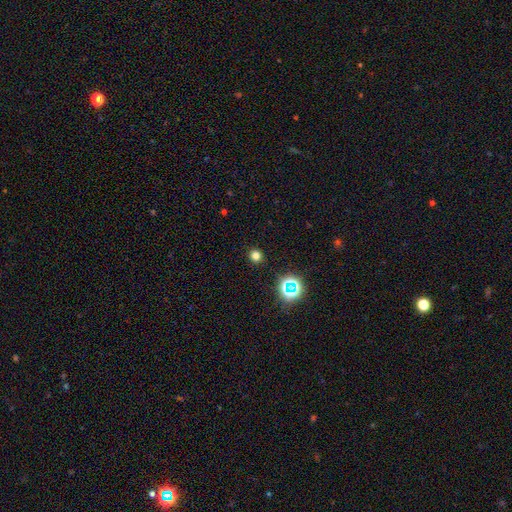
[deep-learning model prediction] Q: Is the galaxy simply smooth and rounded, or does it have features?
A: smooth — 73%.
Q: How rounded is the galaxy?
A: round — 93%.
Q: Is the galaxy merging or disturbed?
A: none — 91%.